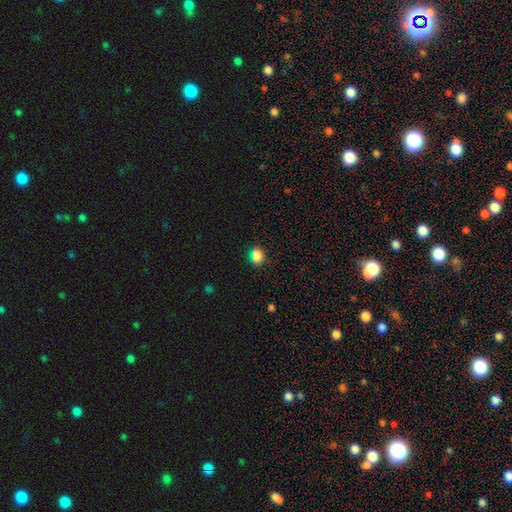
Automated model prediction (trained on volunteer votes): Smooth or featured? smooth (78%)
How rounded? round (64%)
Merging? none (85%)